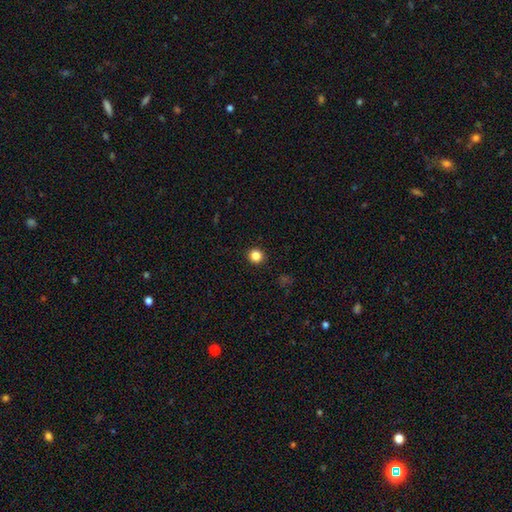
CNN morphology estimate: Smooth or featured? Predicted: smooth (p=0.84). How rounded? Predicted: round (p=0.94). Merging? Predicted: none (p=0.93).